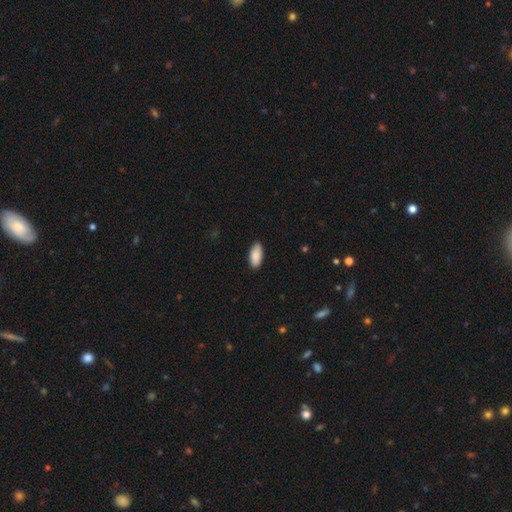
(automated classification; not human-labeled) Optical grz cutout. It shows a smooth galaxy with no disk features (89%) that is in between round and cigar-shaped (90%). Merging: none (88%).